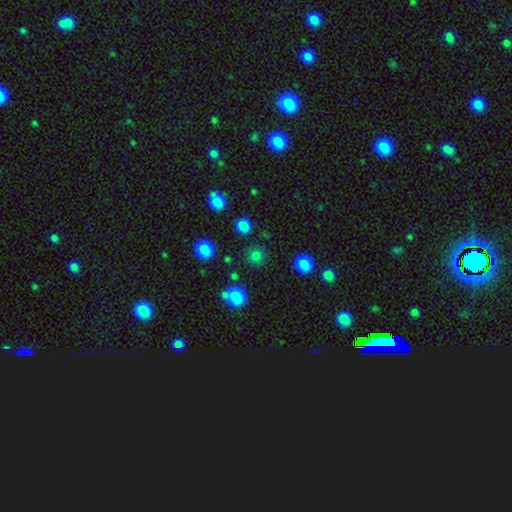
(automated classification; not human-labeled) A smooth galaxy with no disk features (79%) that is round (91%).

Vote fractions:
- Smooth or featured? smooth: 79% / star or artifact: 16% / featured or disk: 5%
- How rounded? round: 91% / in between: 8% / cigar-shaped: 1%
- Merging? none: 84% / minor disturbance: 8% / merger: 5% / major disturbance: 3%